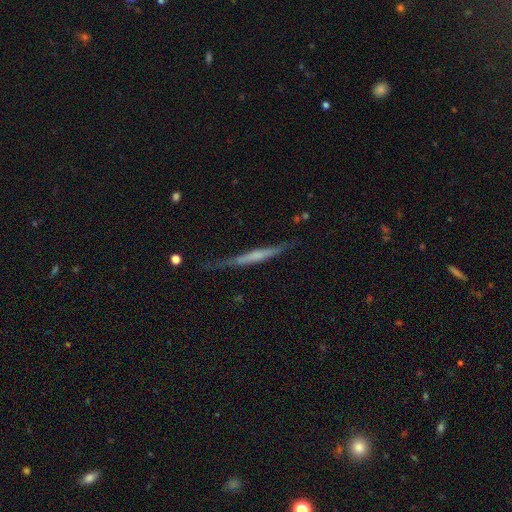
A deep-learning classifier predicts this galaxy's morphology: A featured or disk galaxy (59%) viewed edge-on (95%) with no central bulge (60%).

Vote fractions:
- Smooth or featured? featured or disk: 59% / smooth: 35% / star or artifact: 6%
- Edge-on disk? yes: 95% / no: 5%
- Edge-on bulge? none: 60% / rounded: 22% / boxy: 18%
- Merging? none: 70% / minor disturbance: 21% / major disturbance: 6% / merger: 2%